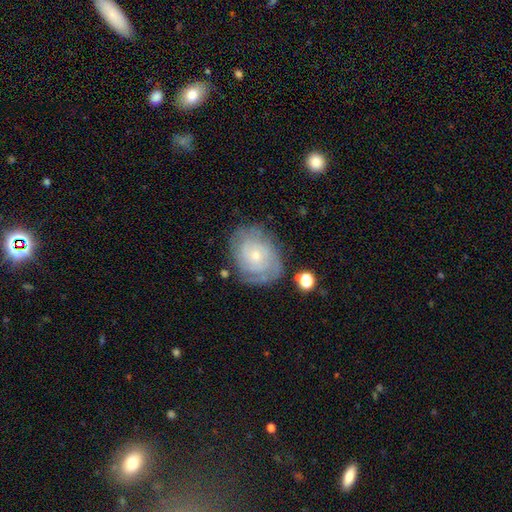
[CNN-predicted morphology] This is likely a featured or disk galaxy (74%). It is clearly not viewed edge-on (97%). Bar: likely no (77%). Spiral arm pattern: clearly yes (90%). Spiral arm count: possibly can't tell (45%). Spiral winding: likely tight (72%). Central bulge: likely small (73%). Merging: likely none (72%).